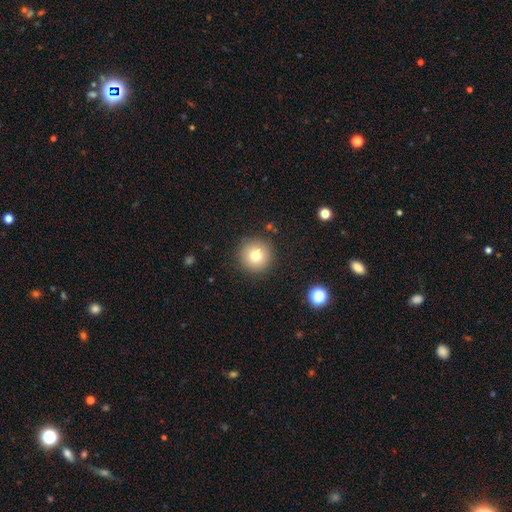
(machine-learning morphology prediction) type=smooth (78%); roundness=round (96%); merging=none (89%).